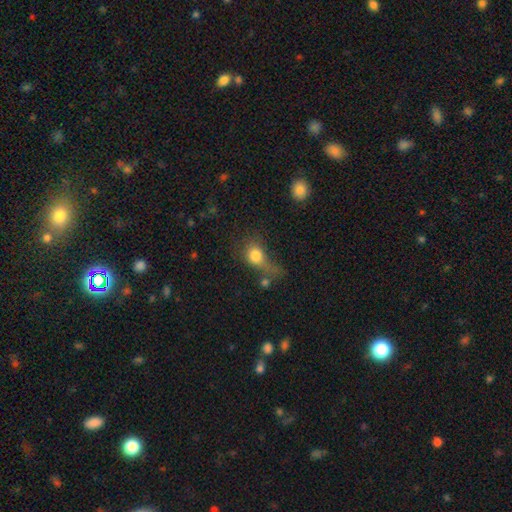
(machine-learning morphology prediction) smooth-or-featured: smooth: 76% | featured or disk: 13% | star or artifact: 11%
  how-rounded: round: 57% | in between: 40% | cigar-shaped: 3%
  merging: major disturbance: 39% | none: 23% | minor disturbance: 20% | merger: 18%